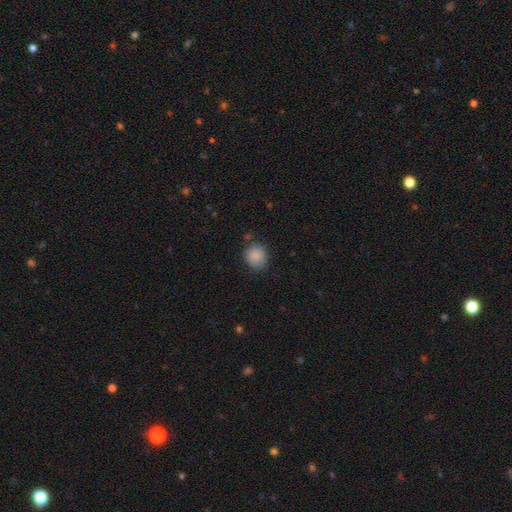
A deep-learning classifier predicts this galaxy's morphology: smooth-or-featured: smooth: 86% | star or artifact: 9% | featured or disk: 5%
  how-rounded: round: 85% | in between: 14% | cigar-shaped: 1%
  merging: none: 80% | minor disturbance: 14% | major disturbance: 3% | merger: 2%